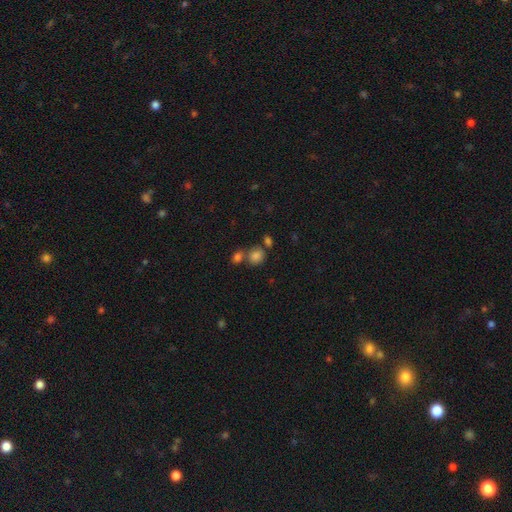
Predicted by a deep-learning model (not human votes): smooth_or_featured: smooth (p=0.81) [alt: star or artifact p=0.12]
how_rounded: round (p=0.69) [alt: in between p=0.30]
merging: none (p=0.52) [alt: merger p=0.33]